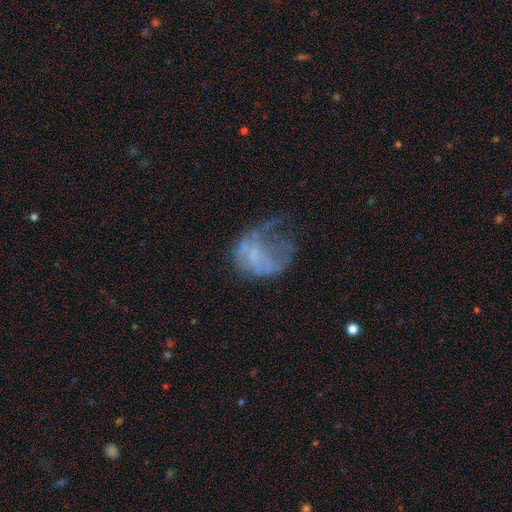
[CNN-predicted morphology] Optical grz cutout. It shows a featured or disk galaxy (47%). Merging: major disturbance (50%).